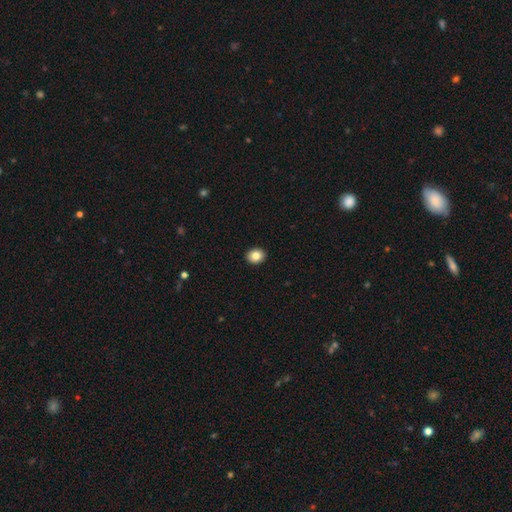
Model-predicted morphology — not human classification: Q: Smooth or featured?
A: smooth (85%); runner-up: star or artifact (9%)
Q: How rounded?
A: round (62%); runner-up: in between (37%)
Q: Merging?
A: none (93%); runner-up: minor disturbance (5%)